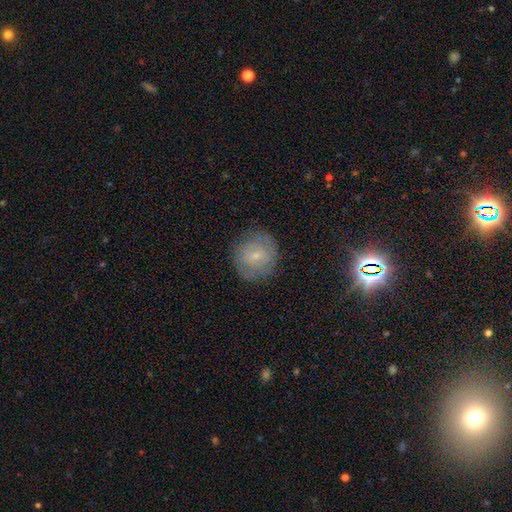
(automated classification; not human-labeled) The model was most divided on "smooth or featured": smooth: 60%, featured or disk: 31%, star or artifact: 9%. More confident: how rounded — round (87%); merging — none (80%).